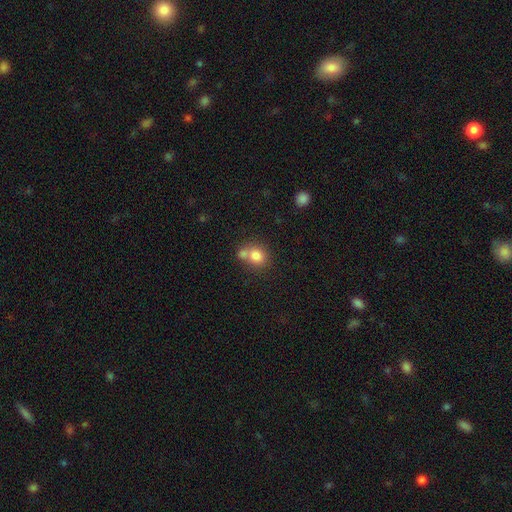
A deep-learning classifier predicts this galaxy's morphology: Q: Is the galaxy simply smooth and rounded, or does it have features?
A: smooth — 80%.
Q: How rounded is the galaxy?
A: round — 71%.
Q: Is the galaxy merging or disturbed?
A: merger — 44%.